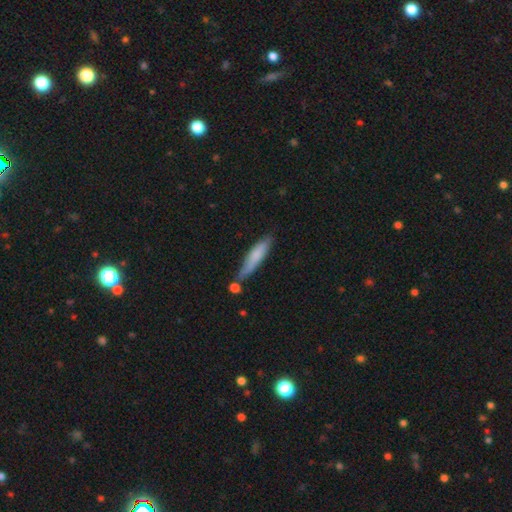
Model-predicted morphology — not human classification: A smooth galaxy with no disk features (70%) that is cigar-shaped (80%). Merging: none (60%).